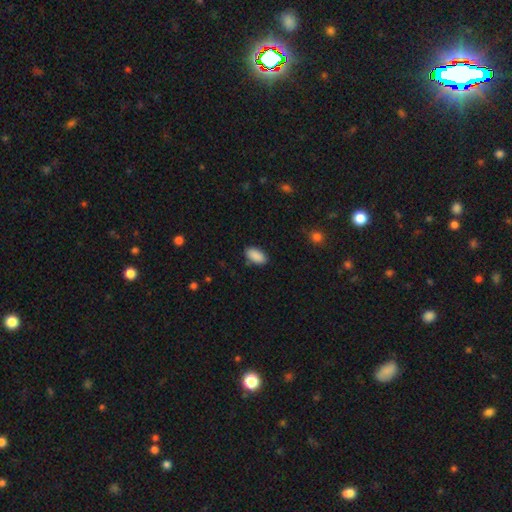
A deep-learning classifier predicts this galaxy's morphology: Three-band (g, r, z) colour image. It shows a smooth galaxy with no disk features (90%) that is in between round and cigar-shaped (94%). Merging: none (85%).